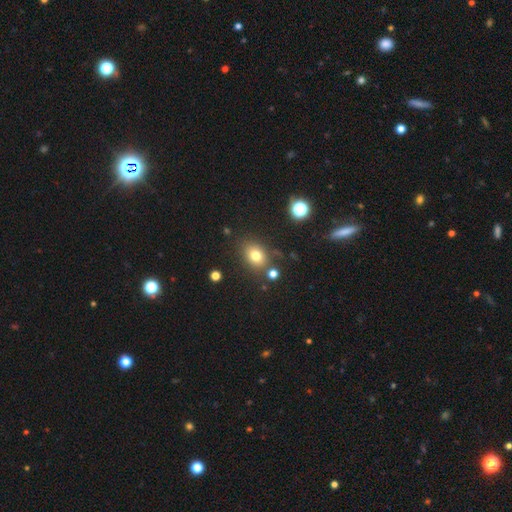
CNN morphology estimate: Smooth or featured: smooth — 76% (star or artifact — 14%)
How rounded: in between — 56% (round — 43%)
Merging: none — 75% (minor disturbance — 13%)